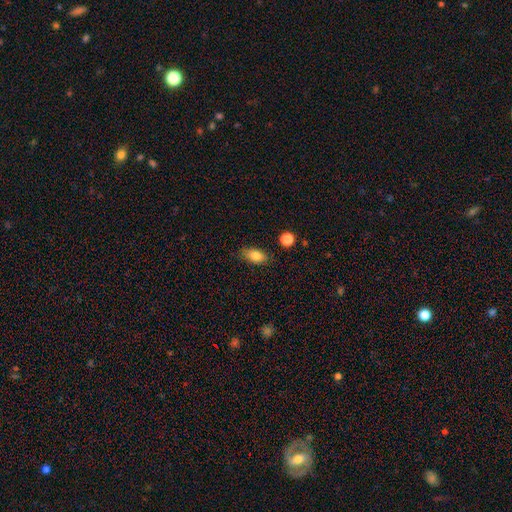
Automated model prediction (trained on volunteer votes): smooth-or-featured: smooth: 83% | featured or disk: 9% | star or artifact: 8%
  how-rounded: in between: 87% | round: 9% | cigar-shaped: 4%
  merging: none: 81% | minor disturbance: 14% | major disturbance: 3% | merger: 2%